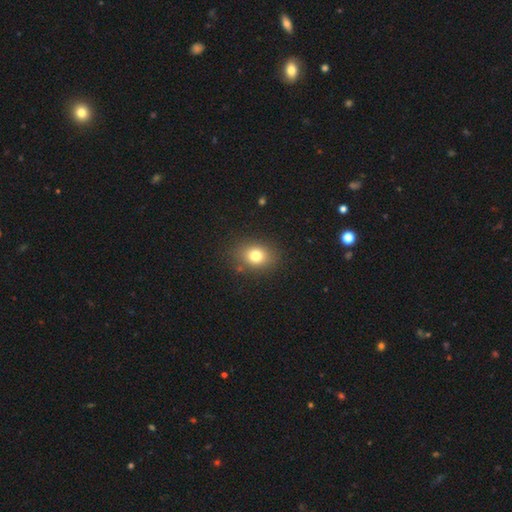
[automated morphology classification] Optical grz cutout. It shows a smooth galaxy with no disk features (77%) that is in between round and cigar-shaped (51%). Merging: none (86%).